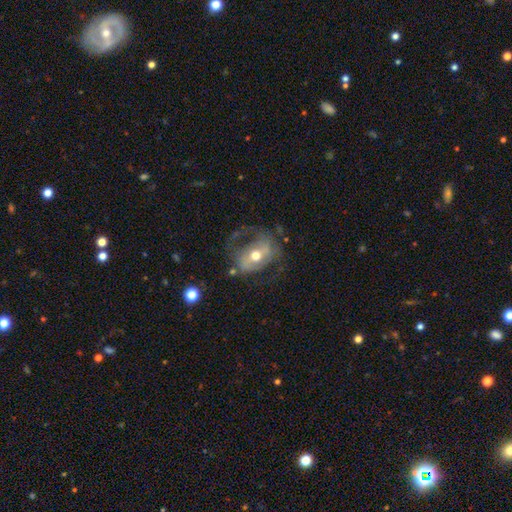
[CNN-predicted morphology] featured or disk 70%, smooth 24%, star or artifact 6%. Down the decision tree: edge-on disk — no (95%); bar — weak (37%); spiral arms — yes (70%); bulge size — moderate (76%); merging — none (47%).